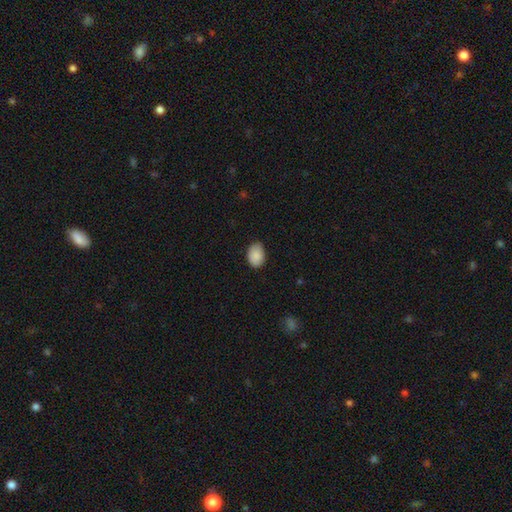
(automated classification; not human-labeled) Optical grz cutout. It shows a smooth galaxy with no disk features (89%) that is in between round and cigar-shaped (80%). Merging: none (79%).